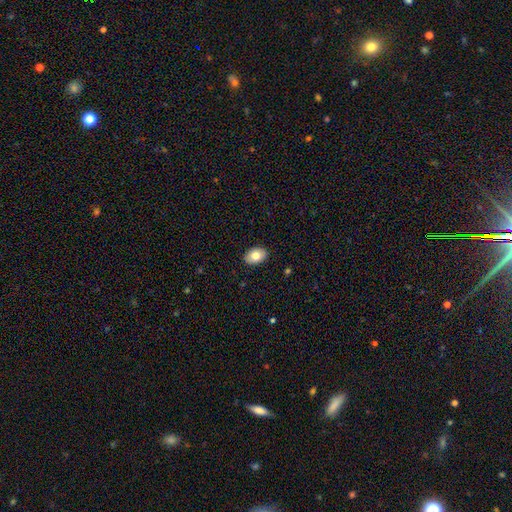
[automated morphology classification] This appears to be a smooth galaxy with no disk features (78%) that is in between round and cigar-shaped (85%). Merging: none (89%).